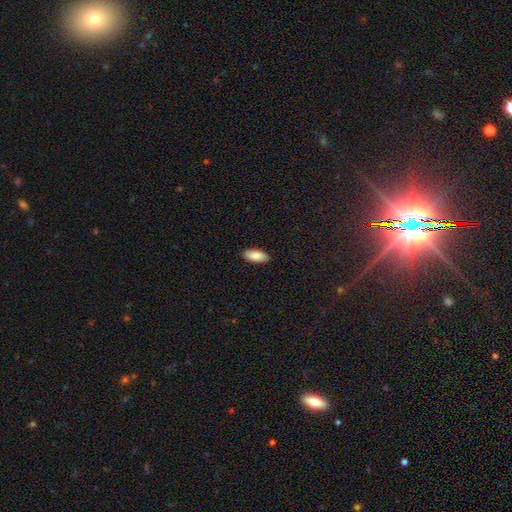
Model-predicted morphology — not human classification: This is clearly a smooth galaxy (86%). How rounded: clearly in between (89%). Merging: clearly none (90%).